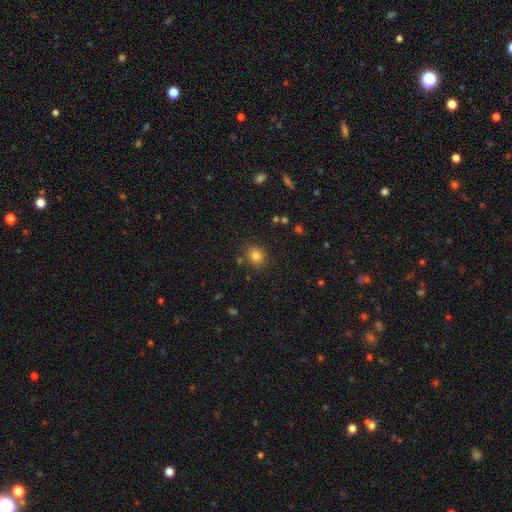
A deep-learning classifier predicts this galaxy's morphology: This appears to be a smooth galaxy with no disk features (83%) that is round (78%). Merging: none (82%).